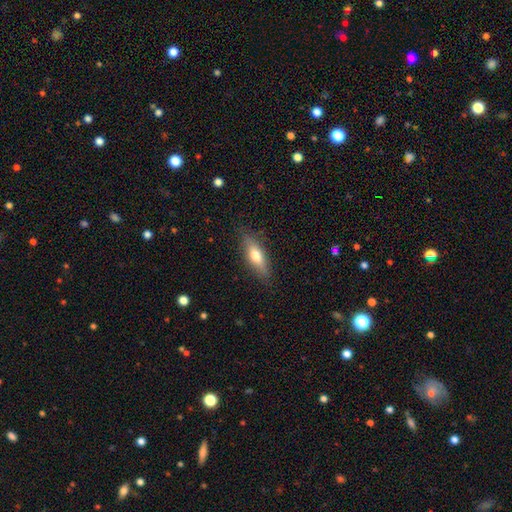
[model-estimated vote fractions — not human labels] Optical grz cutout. It shows a smooth galaxy with no disk features (66%) that is in between round and cigar-shaped (51%). Merging: none (83%).